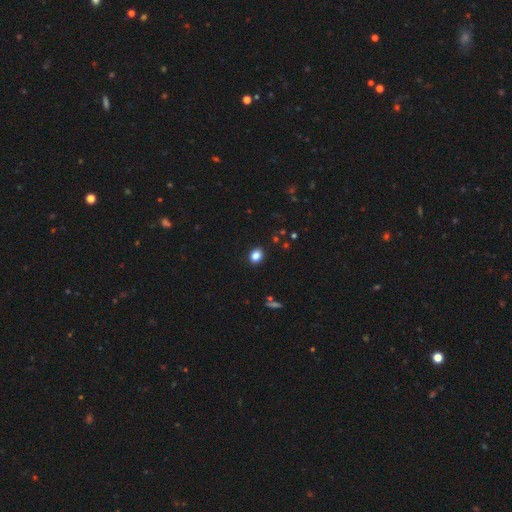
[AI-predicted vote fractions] This appears to be a smooth galaxy with no disk features (85%) that is in between round and cigar-shaped (50%). Merging: none (90%).